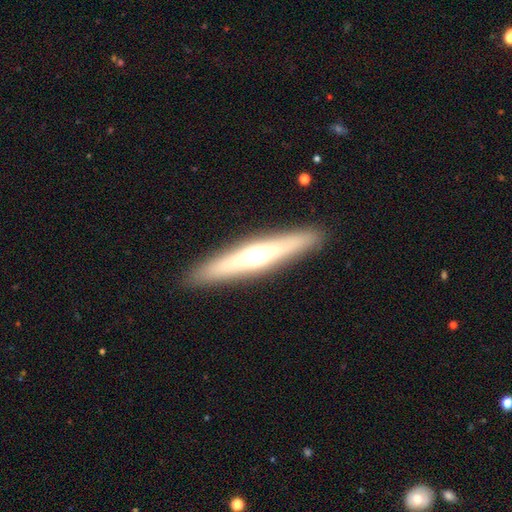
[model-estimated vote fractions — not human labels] Smooth or featured?
  - featured or disk: 55% *
  - smooth: 38%
  - star or artifact: 7%
Edge-on disk?
  - yes: 92% *
  - no: 8%
Edge-on bulge?
  - rounded: 83% *
  - none: 10%
  - boxy: 7%
Merging?
  - none: 90% *
  - minor disturbance: 7%
  - major disturbance: 2%
  - merger: 1%